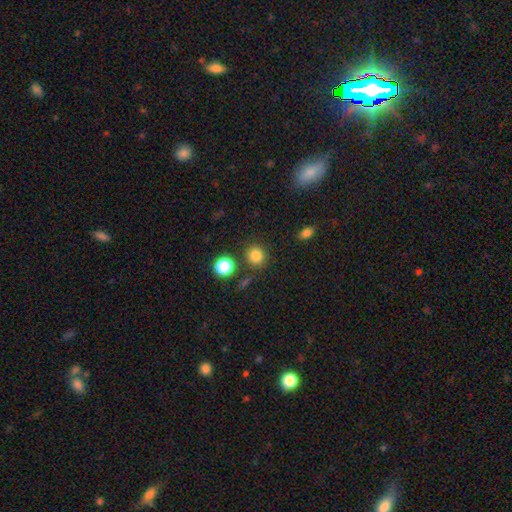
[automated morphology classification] Q: Smooth or featured?
A: smooth (83%); runner-up: star or artifact (12%)
Q: How rounded?
A: round (86%); runner-up: in between (13%)
Q: Merging?
A: none (84%); runner-up: minor disturbance (8%)